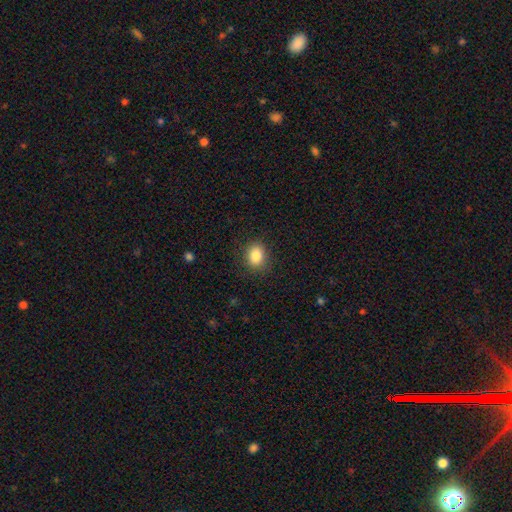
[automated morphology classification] type=smooth (86%); roundness=in between (52%); merging=none (87%).